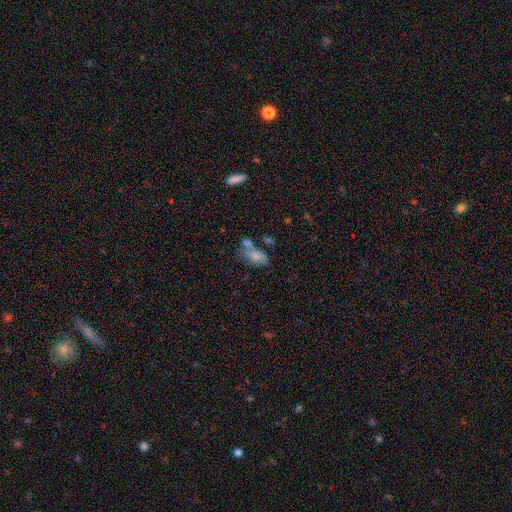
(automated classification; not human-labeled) Morphology: type=smooth (76%); roundness=in between (88%); merging=merger (38%).